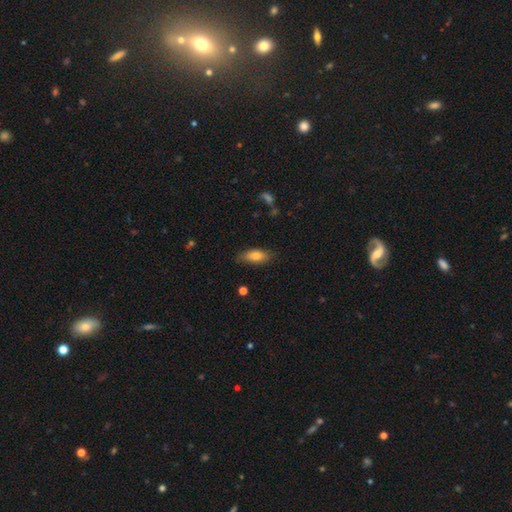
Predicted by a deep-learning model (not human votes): This is likely a smooth galaxy (78%). How rounded: likely in between (79%). Merging: likely none (74%).